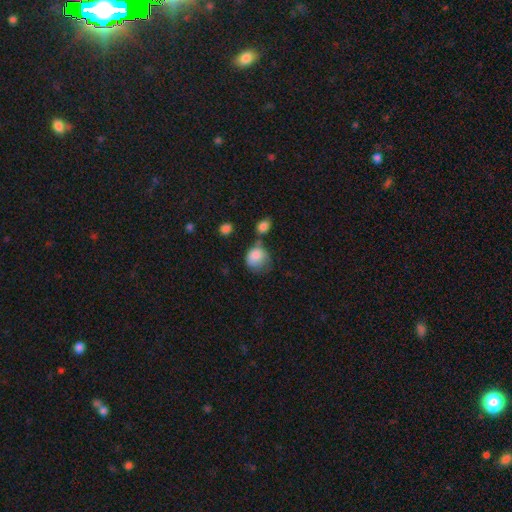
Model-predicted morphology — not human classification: The model was most divided on "merging": none: 36%, minor disturbance: 31%, major disturbance: 17%, merger: 16%. More confident: smooth or featured — smooth (82%); how rounded — round (70%).